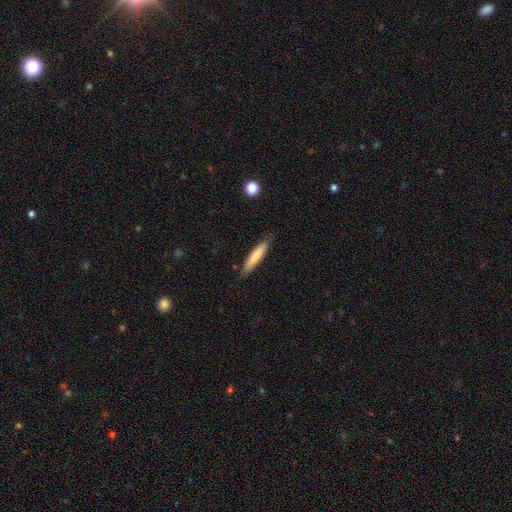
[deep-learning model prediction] Overall: smooth (75%). How rounded: cigar-shaped (88%). Merging: none (83%).